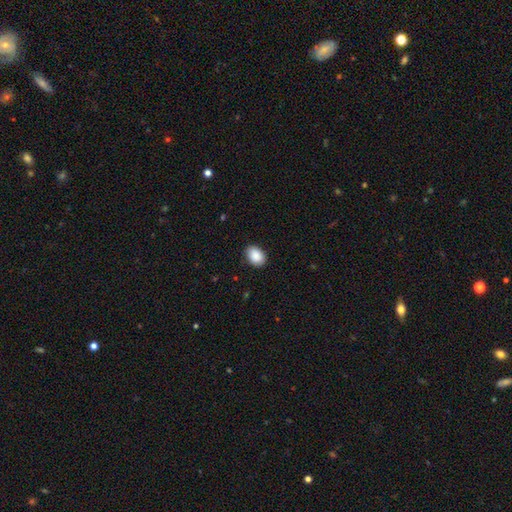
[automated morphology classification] Smooth or featured?
  - smooth: 90% *
  - star or artifact: 7%
  - featured or disk: 3%
How rounded?
  - in between: 76% *
  - round: 23%
  - cigar-shaped: 1%
Merging?
  - none: 87% *
  - minor disturbance: 10%
  - major disturbance: 2%
  - merger: 1%